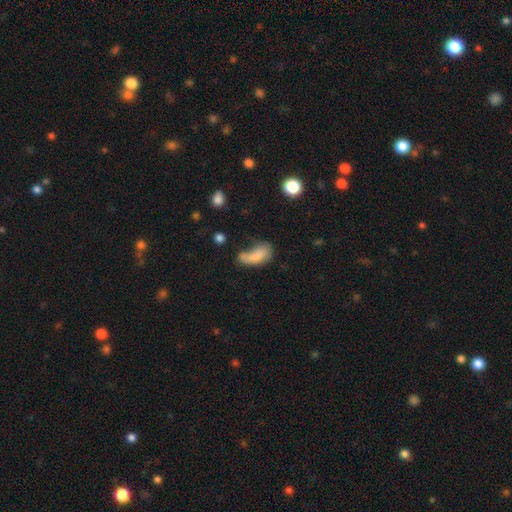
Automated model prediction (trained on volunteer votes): A smooth galaxy with no disk features (76%) that is in between round and cigar-shaped (82%). Merging: major disturbance (31%).